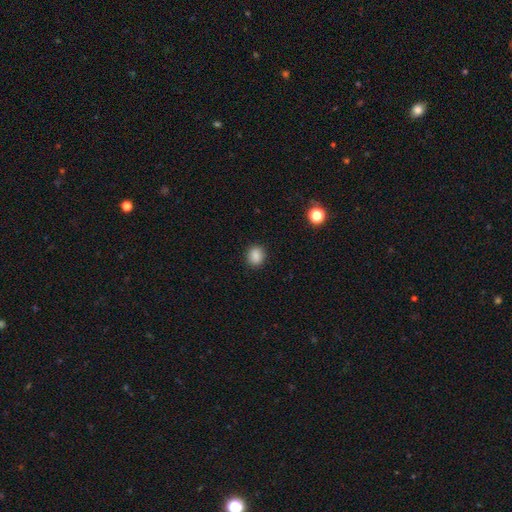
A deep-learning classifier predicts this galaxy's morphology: Overall: smooth (86%). How rounded: round (72%). Merging: none (90%).